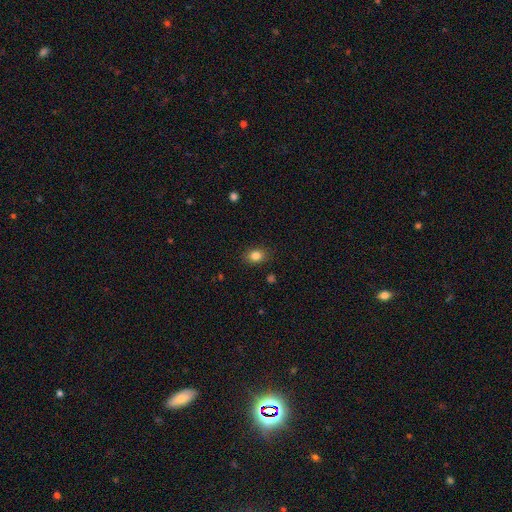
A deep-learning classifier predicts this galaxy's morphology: A smooth galaxy with no disk features (84%) that is in between round and cigar-shaped (59%).

Vote fractions:
- Smooth or featured? smooth: 84% / star or artifact: 11% / featured or disk: 6%
- How rounded? in between: 59% / round: 40% / cigar-shaped: 1%
- Merging? none: 86% / minor disturbance: 10% / major disturbance: 3% / merger: 1%